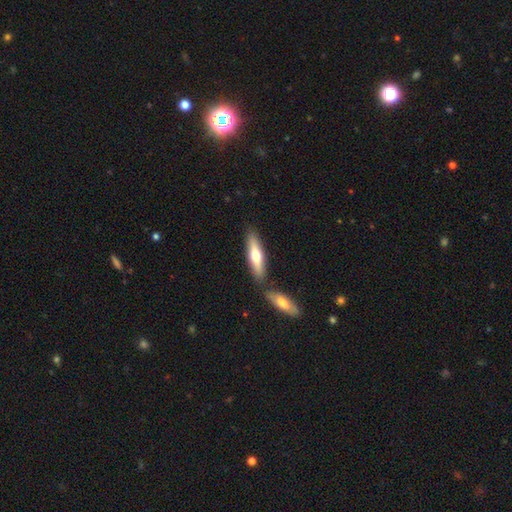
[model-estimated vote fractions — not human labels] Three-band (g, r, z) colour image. It shows a smooth galaxy with no disk features (54%) that is cigar-shaped (72%). Merging: none (74%).